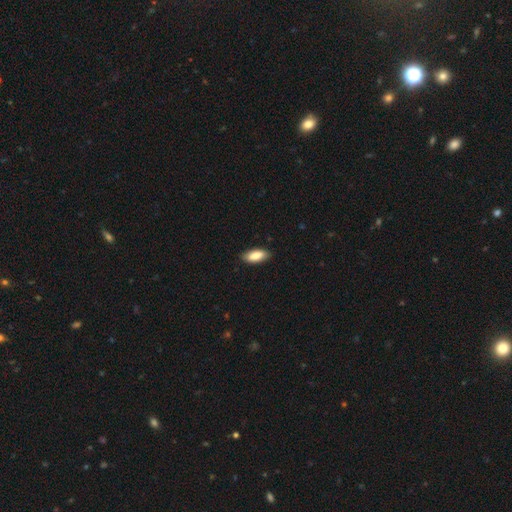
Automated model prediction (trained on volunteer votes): Overall: smooth (85%). How rounded: in between (82%). Merging: none (86%).